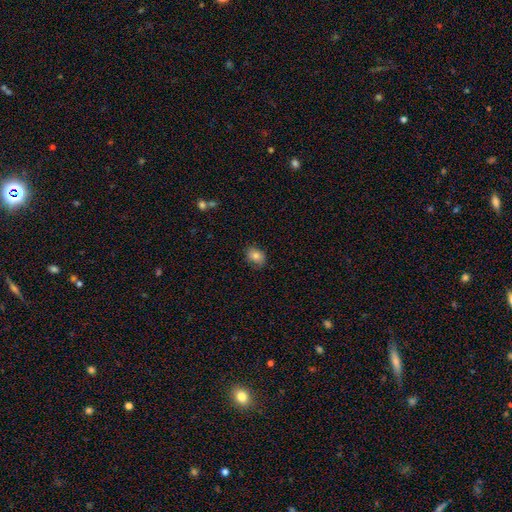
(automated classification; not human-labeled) Morphology: type=smooth (82%); roundness=in between (66%); merging=none (78%).